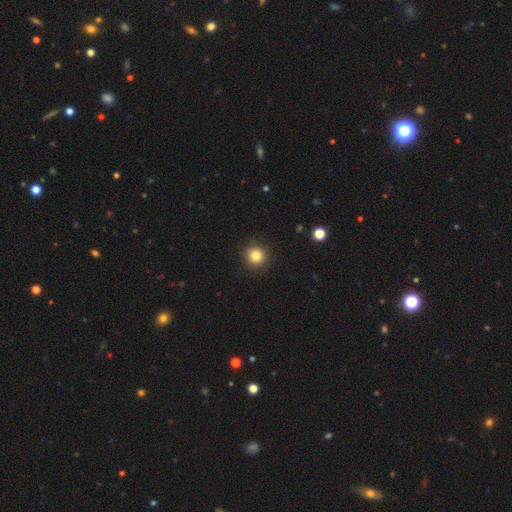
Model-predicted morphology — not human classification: Smooth or featured? Predicted: smooth (p=0.84). How rounded? Predicted: round (p=0.94). Merging? Predicted: none (p=0.90).